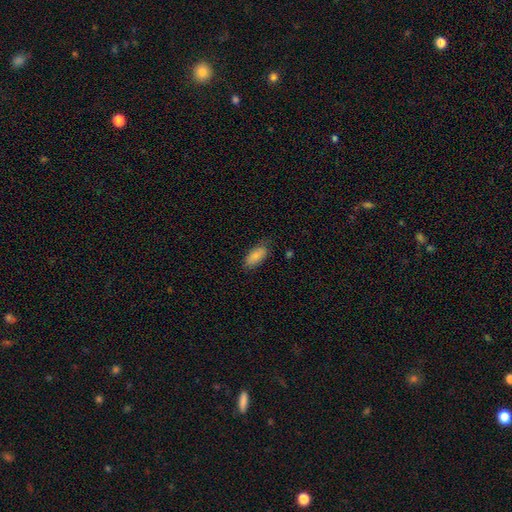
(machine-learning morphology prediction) type=smooth (86%); roundness=in between (89%); merging=none (77%).